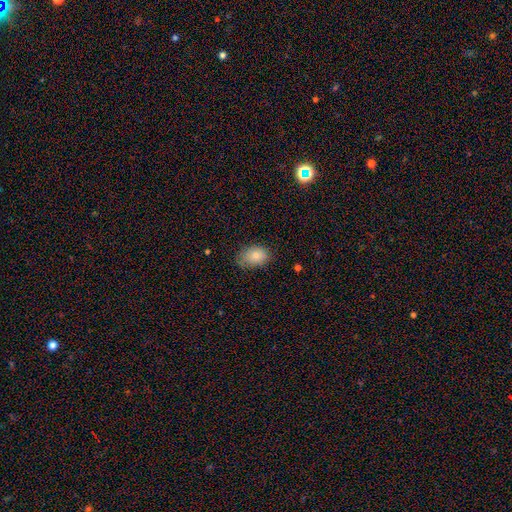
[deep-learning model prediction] Smooth or featured: smooth — 83% (featured or disk — 9%)
How rounded: in between — 81% (round — 18%)
Merging: none — 72% (minor disturbance — 22%)